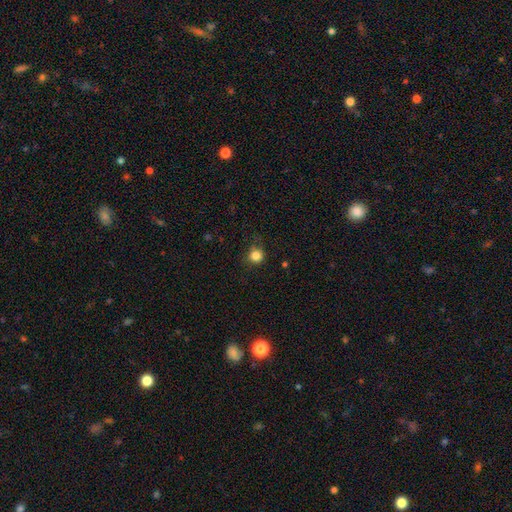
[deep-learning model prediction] smooth 84%, star or artifact 12%, featured or disk 5%. Down the decision tree: how rounded — round (90%); merging — none (73%).